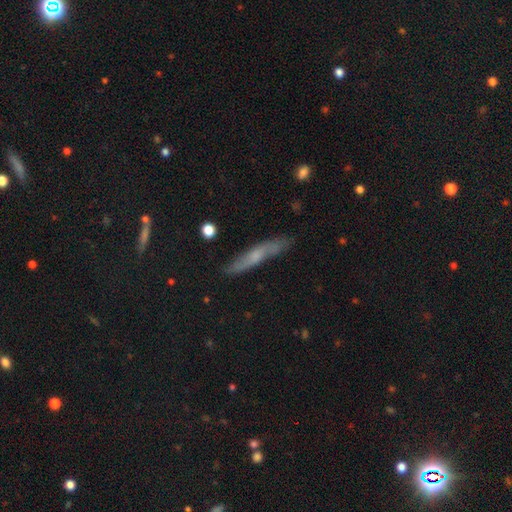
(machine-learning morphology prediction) Smooth or featured?
  - featured or disk: 51% *
  - smooth: 42%
  - star or artifact: 7%
Edge-on disk?
  - yes: 72% *
  - no: 28%
Merging?
  - none: 80% *
  - minor disturbance: 15%
  - major disturbance: 3%
  - merger: 2%